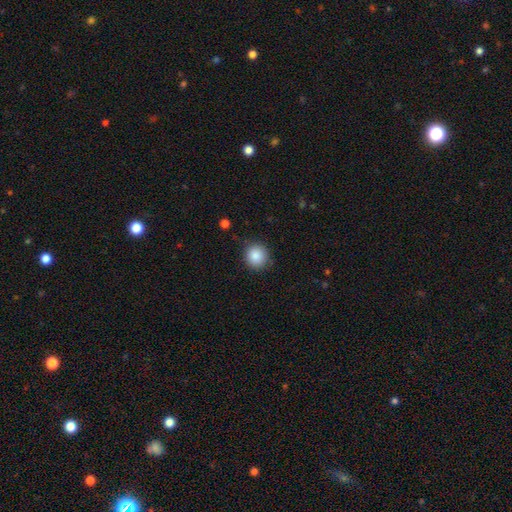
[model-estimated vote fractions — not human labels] Overall: smooth (86%). How rounded: round (90%). Merging: none (85%).